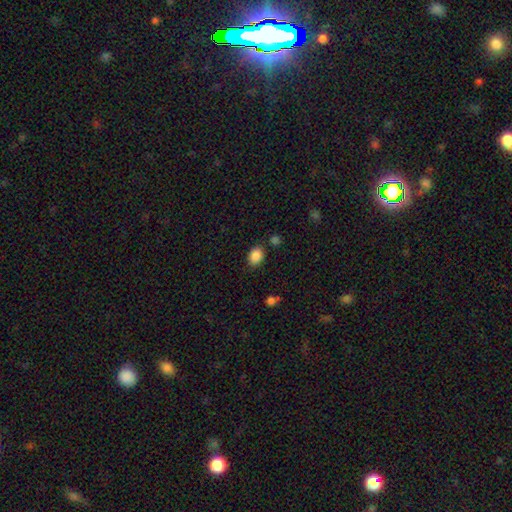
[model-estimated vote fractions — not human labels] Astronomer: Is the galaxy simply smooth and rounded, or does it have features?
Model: smooth — 87%.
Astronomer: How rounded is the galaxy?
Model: in between — 66%.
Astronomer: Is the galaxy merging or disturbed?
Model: none — 80%.